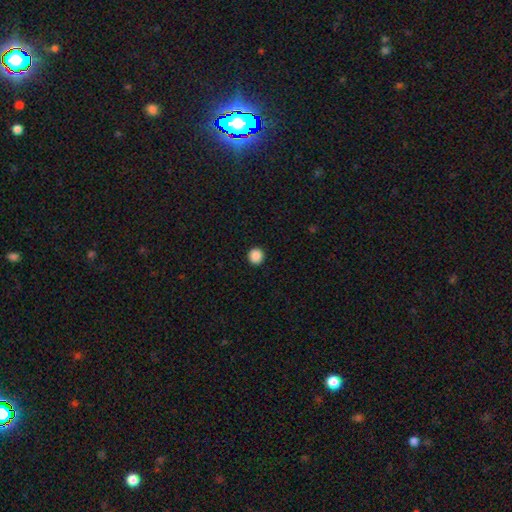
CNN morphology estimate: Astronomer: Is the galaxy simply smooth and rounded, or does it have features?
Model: smooth — 89%.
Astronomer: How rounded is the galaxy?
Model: round — 94%.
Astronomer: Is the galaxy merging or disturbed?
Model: none — 93%.